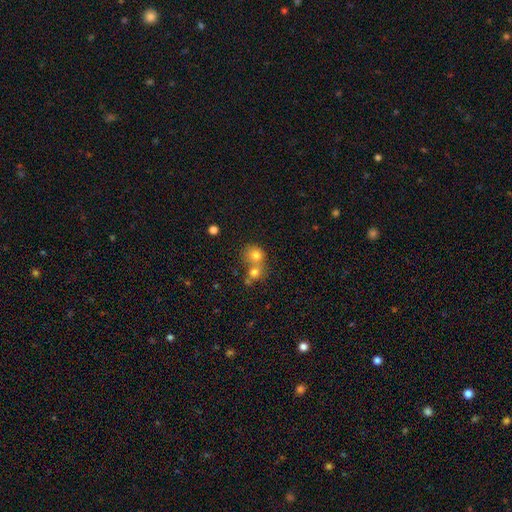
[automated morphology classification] Overall: smooth (74%). How rounded: round (75%). Merging: merger (58%; none 32%).